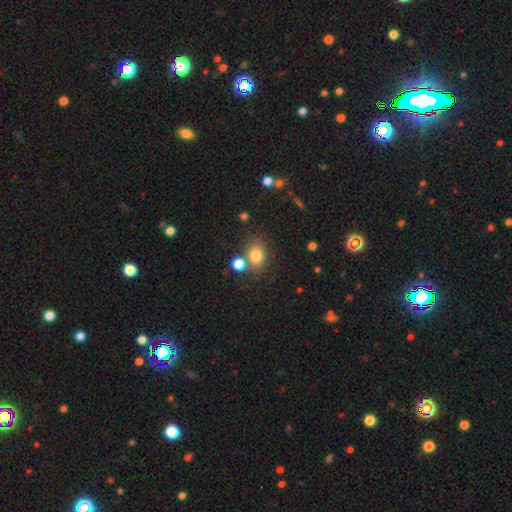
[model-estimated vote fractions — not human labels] smooth_or_featured: smooth (p=0.78) [alt: star or artifact p=0.14]
how_rounded: round (p=0.60) [alt: in between p=0.39]
merging: none (p=0.67) [alt: merger p=0.17]